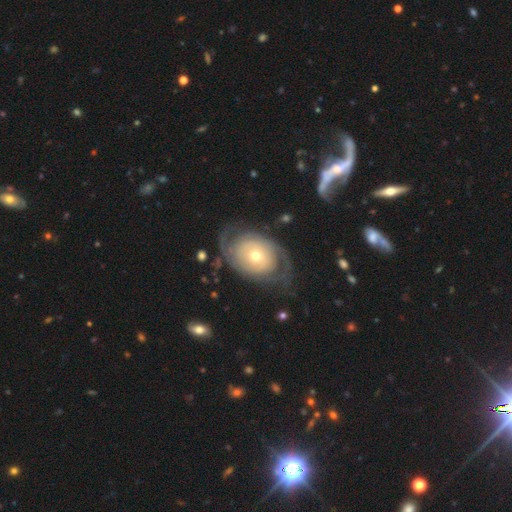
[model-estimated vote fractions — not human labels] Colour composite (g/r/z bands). It shows a featured or disk galaxy (78%) with no bar (77%), 2 (70%) tight (52%) spiral arms (86%) and a moderate central bulge (48%). Merging: none (66%).